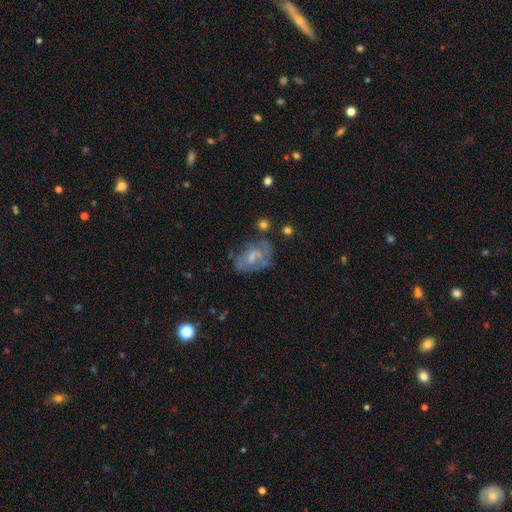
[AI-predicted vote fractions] Smooth or featured?
  - featured or disk: 52% *
  - smooth: 26%
  - star or artifact: 22%
Edge-on disk?
  - no: 94% *
  - yes: 6%
Merging?
  - none: 64% *
  - minor disturbance: 20%
  - major disturbance: 10%
  - merger: 6%